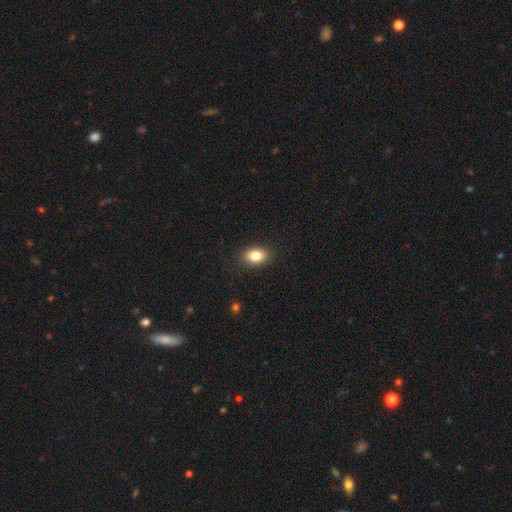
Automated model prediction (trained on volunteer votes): Smooth or featured: smooth — 83% (star or artifact — 9%)
How rounded: in between — 80% (round — 18%)
Merging: none — 89% (minor disturbance — 8%)